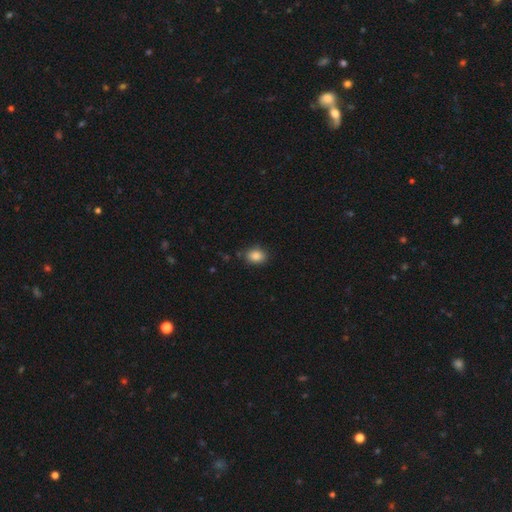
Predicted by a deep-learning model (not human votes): smooth_or_featured: smooth (p=0.87) [alt: star or artifact p=0.09]
how_rounded: in between (p=0.64) [alt: round p=0.35]
merging: none (p=0.84) [alt: minor disturbance p=0.12]